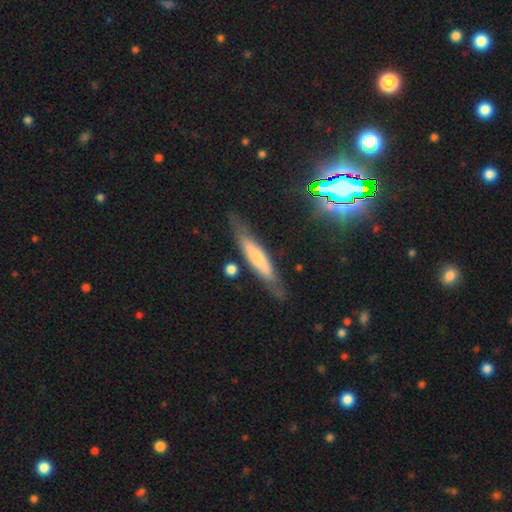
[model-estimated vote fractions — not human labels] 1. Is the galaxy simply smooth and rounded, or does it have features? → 47% smooth, 44% featured or disk, 9% star or artifact.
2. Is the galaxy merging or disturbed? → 76% none, 17% minor disturbance, 5% major disturbance, 3% merger.